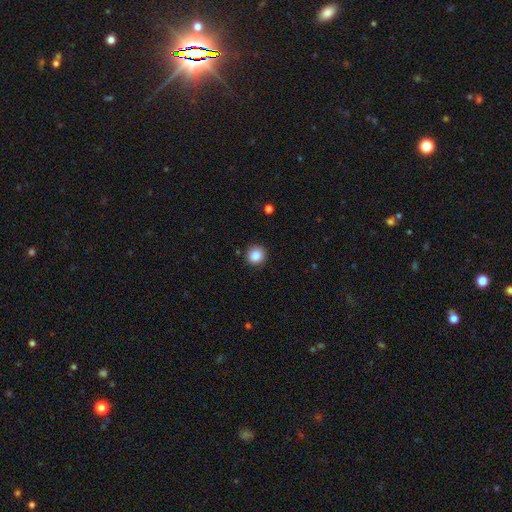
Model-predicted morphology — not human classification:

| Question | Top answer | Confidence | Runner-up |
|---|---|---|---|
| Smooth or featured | smooth | 87% | star or artifact (10%) |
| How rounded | round | 92% | in between (7%) |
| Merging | none | 89% | minor disturbance (7%) |